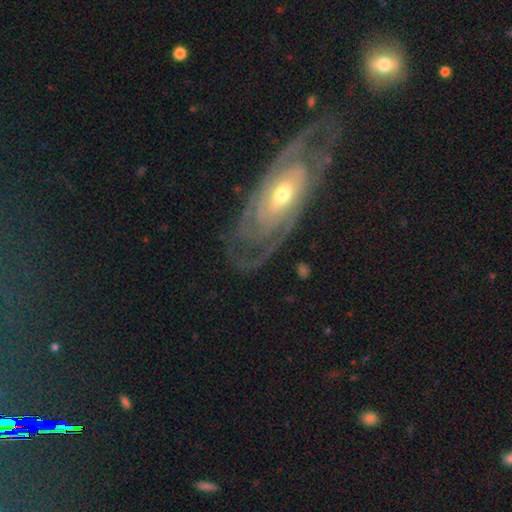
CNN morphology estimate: smooth-or-featured: featured or disk: 84% | smooth: 8% | star or artifact: 8%
  disk-edge-on: no: 90% | yes: 10%
    bar: no: 62% | weak: 26% | strong: 12%
    has-spiral-arms: yes: 93% | no: 7%
      spiral-winding: tight: 74% | medium: 21% | loose: 5%
      spiral-arm-count: can't tell: 37% | 2: 31% | 3: 13% | 4: 7% | more than 4: 6% | 1: 6%
    bulge-size: moderate: 57% | small: 38% | large: 3% | dominant: 1% | none: 1%
  merging: none: 77% | minor disturbance: 14% | major disturbance: 7% | merger: 2%